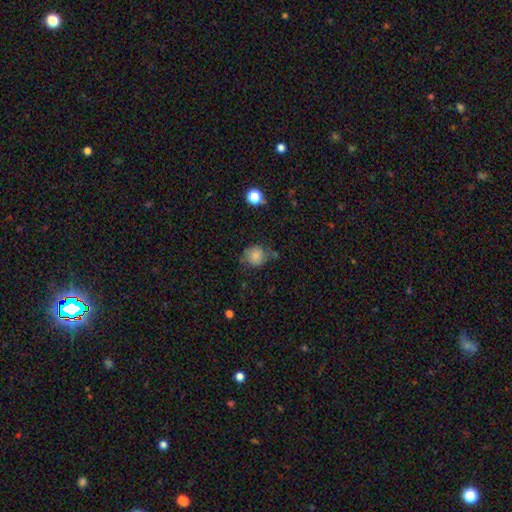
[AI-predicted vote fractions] This is likely a smooth galaxy (79%). How rounded: likely round (76%). Merging: likely none (60%).